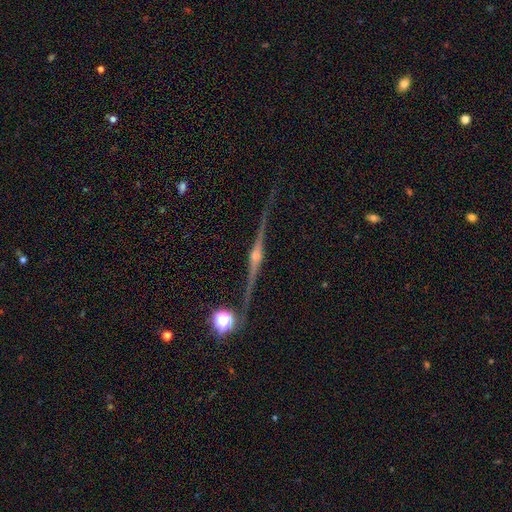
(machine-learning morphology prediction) smooth-or-featured: featured or disk: 88% | star or artifact: 7% | smooth: 4%
  disk-edge-on: yes: 98% | no: 2%
    edge-on-bulge: rounded: 94% | boxy: 4% | none: 3%
  merging: none: 89% | minor disturbance: 7% | major disturbance: 2% | merger: 2%